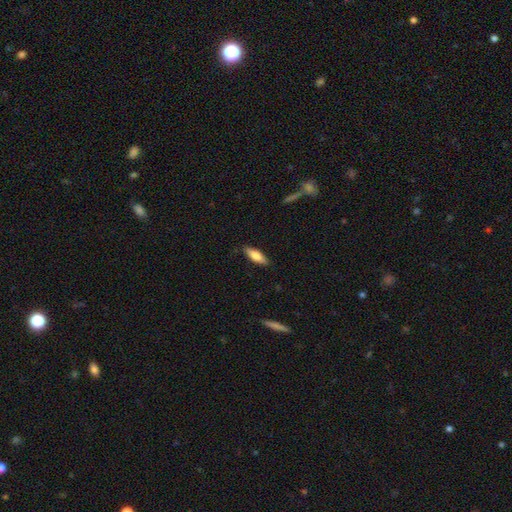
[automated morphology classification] Overall: smooth (75%). How rounded: in between (59%; cigar-shaped 39%). Merging: none (86%).